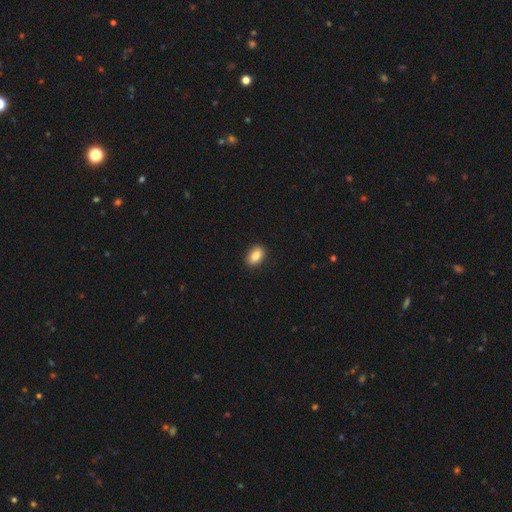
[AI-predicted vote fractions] Overall: smooth (85%). How rounded: in between (87%). Merging: none (88%).